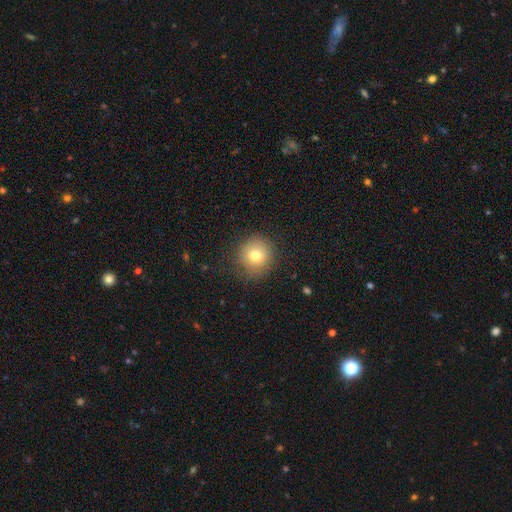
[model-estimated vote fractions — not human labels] Overall: smooth (75%). How rounded: round (92%). Merging: none (84%).